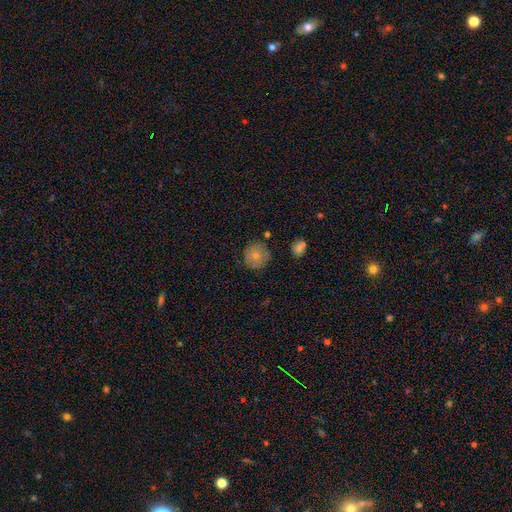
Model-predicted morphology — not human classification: smooth_or_featured: smooth (p=0.76) [alt: featured or disk p=0.16]
how_rounded: round (p=0.92) [alt: in between p=0.07]
merging: none (p=0.81) [alt: minor disturbance p=0.13]